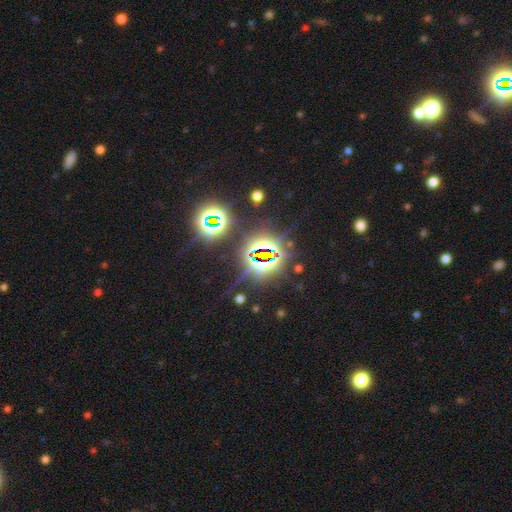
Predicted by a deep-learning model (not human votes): Smooth or featured: star or artifact — 83% (smooth — 10%)